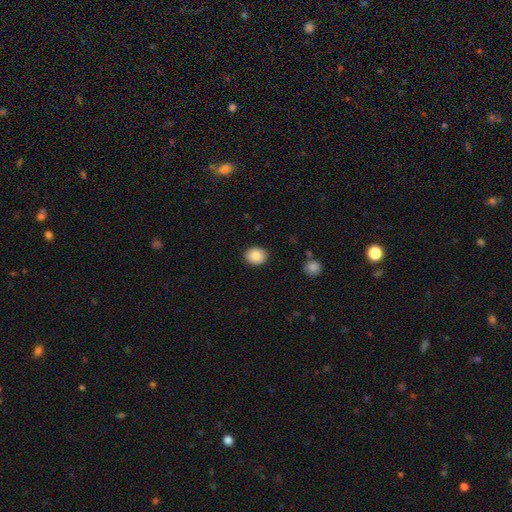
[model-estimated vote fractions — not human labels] Smooth or featured? Predicted: smooth (p=0.88). How rounded? Predicted: round (p=0.51). Merging? Predicted: none (p=0.88).